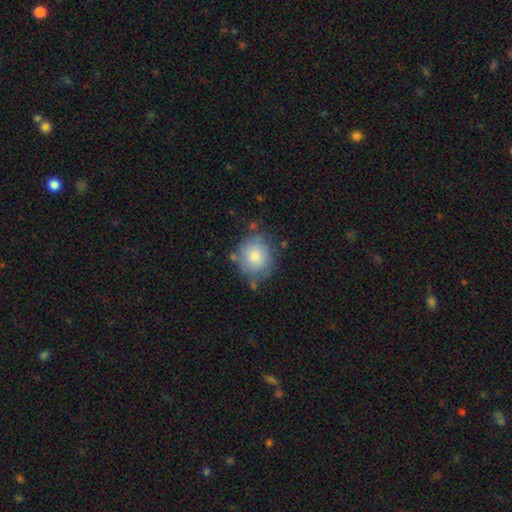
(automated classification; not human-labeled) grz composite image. It shows a smooth galaxy with no disk features (80%) that is round (83%). Merging: none (70%).